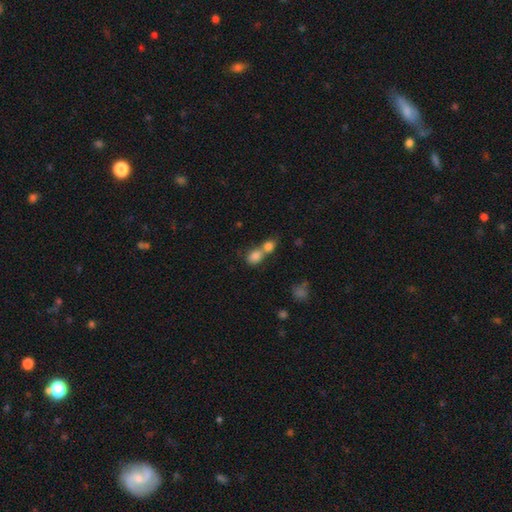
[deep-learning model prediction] Smooth or featured? smooth (80%)
How rounded? in between (55%)
Merging? merger (63%)